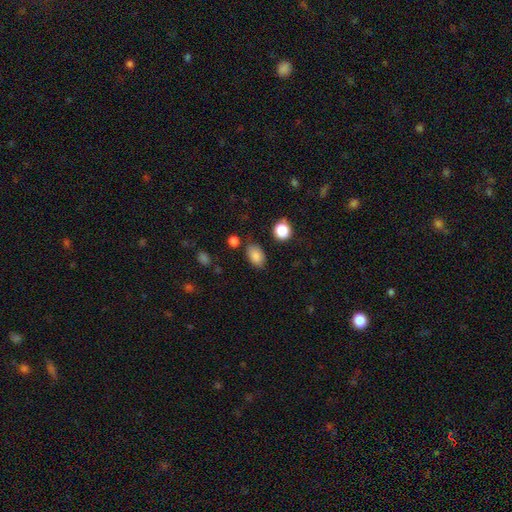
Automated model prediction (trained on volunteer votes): The model was most divided on "merging": none: 78%, minor disturbance: 14%, major disturbance: 4%, merger: 4%. More confident: how rounded — in between (86%); smooth or featured — smooth (84%).